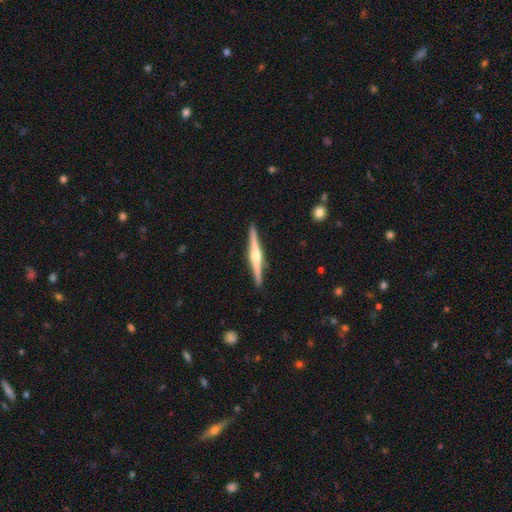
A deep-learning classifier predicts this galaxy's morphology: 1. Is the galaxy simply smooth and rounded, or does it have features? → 78% featured or disk, 17% smooth, 5% star or artifact.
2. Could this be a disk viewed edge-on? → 98% yes, 2% no.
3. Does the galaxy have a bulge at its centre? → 85% rounded, 8% boxy, 7% none.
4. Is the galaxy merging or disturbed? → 92% none, 6% minor disturbance, 1% major disturbance, 1% merger.